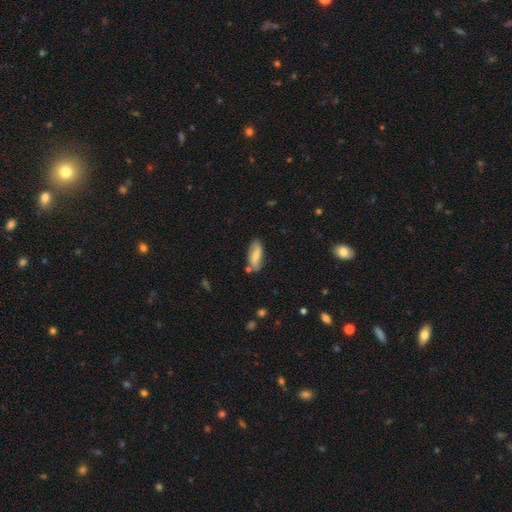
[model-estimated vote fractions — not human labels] This is likely a smooth galaxy (64%). How rounded: likely in between (69%). Merging: likely none (74%).